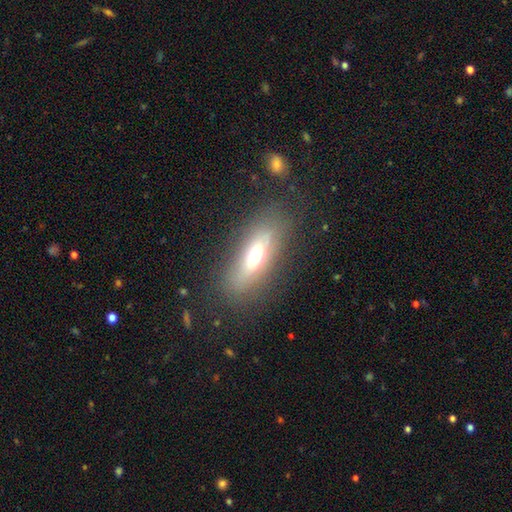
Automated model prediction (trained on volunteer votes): smooth_or_featured: smooth (p=0.52) [alt: featured or disk p=0.39]
how_rounded: in between (p=0.55) [alt: cigar-shaped p=0.41]
merging: none (p=0.77) [alt: minor disturbance p=0.14]